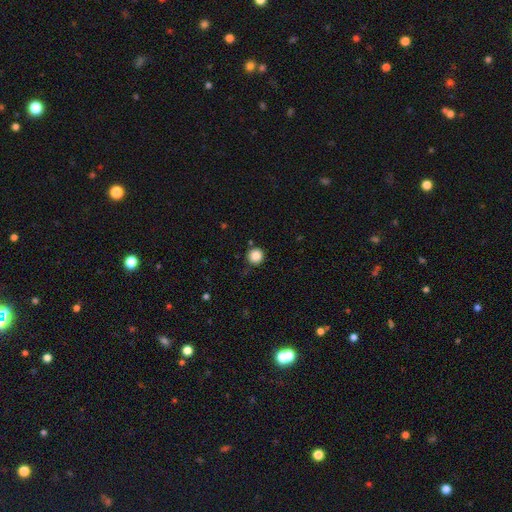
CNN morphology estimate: smooth 86%, star or artifact 10%, featured or disk 4%. Down the decision tree: how rounded — round (96%); merging — none (86%).